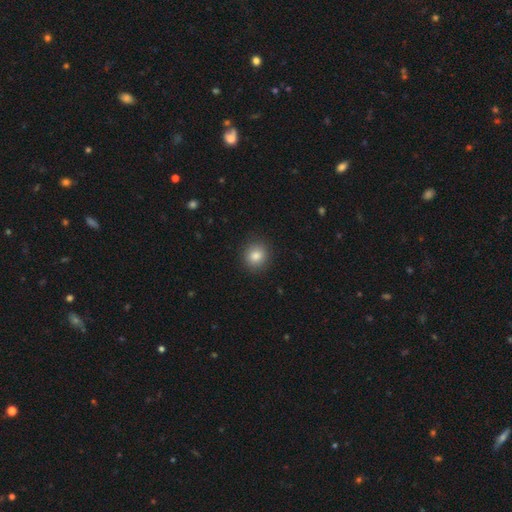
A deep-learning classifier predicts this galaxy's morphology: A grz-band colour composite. It shows a smooth galaxy with no disk features (85%) that is round (88%). Merging: none (90%).